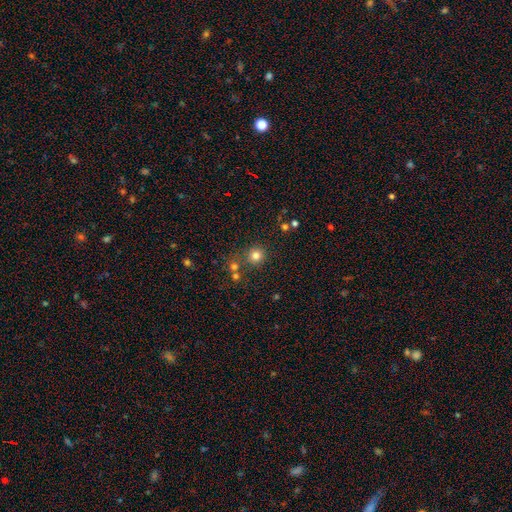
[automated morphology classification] Smooth or featured? Predicted: smooth (p=0.78). How rounded? Predicted: round (p=0.92). Merging? Predicted: none (p=0.77).